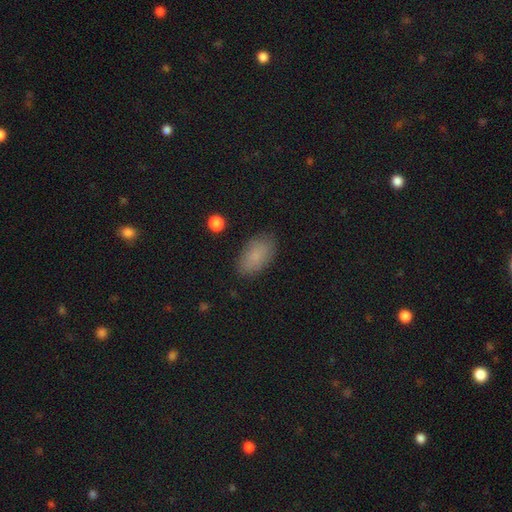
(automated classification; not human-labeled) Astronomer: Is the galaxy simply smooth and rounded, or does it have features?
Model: smooth — 83%.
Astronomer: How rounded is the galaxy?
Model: in between — 93%.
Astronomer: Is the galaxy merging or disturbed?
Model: none — 83%.